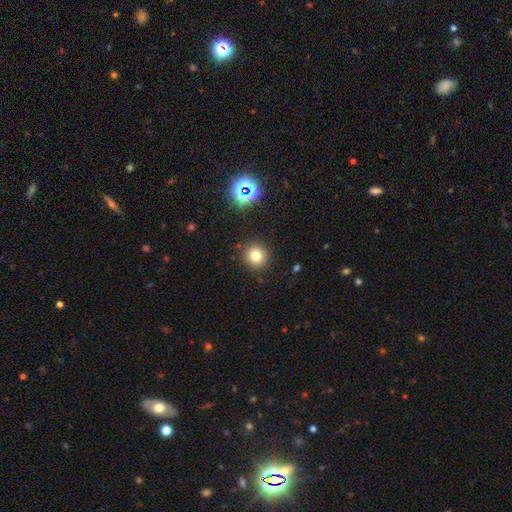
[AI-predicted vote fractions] smooth-or-featured: smooth: 76% | star or artifact: 16% | featured or disk: 8%
  how-rounded: round: 91% | in between: 8% | cigar-shaped: 1%
  merging: none: 89% | minor disturbance: 7% | major disturbance: 2% | merger: 2%